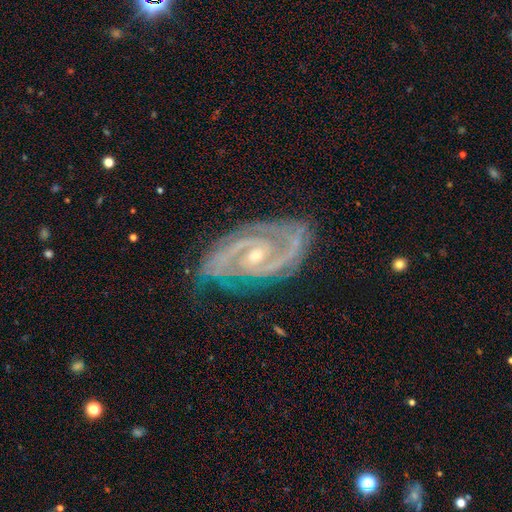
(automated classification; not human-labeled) Smooth or featured: featured or disk — 92% (star or artifact — 5%)
Edge-on disk: no — 97% (yes — 3%)
Bar: no — 44% (weak — 38%)
Spiral arms: yes — 99% (no — 1%)
Spiral winding: tight — 56% (medium — 38%)
Spiral arm count: 2 — 80% (3 — 9%)
Bulge size: small — 63% (moderate — 34%)
Merging: none — 75% (minor disturbance — 18%)